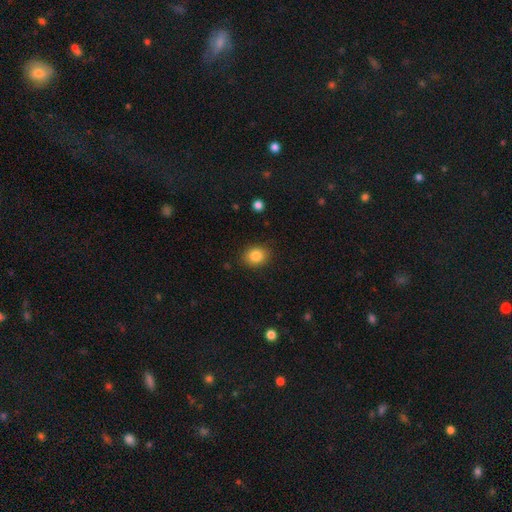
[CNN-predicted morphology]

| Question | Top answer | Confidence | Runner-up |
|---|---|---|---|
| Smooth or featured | smooth | 84% | star or artifact (9%) |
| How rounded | round | 52% | in between (47%) |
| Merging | none | 87% | minor disturbance (9%) |